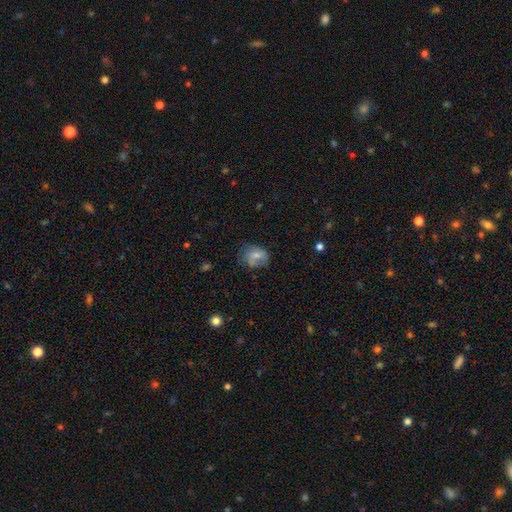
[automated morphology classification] A smooth galaxy with no disk features (66%) that is in between round and cigar-shaped (52%).

Vote fractions:
- Smooth or featured? smooth: 66% / featured or disk: 25% / star or artifact: 10%
- How rounded? in between: 52% / round: 47% / cigar-shaped: 1%
- Merging? none: 52% / minor disturbance: 30% / major disturbance: 15% / merger: 3%